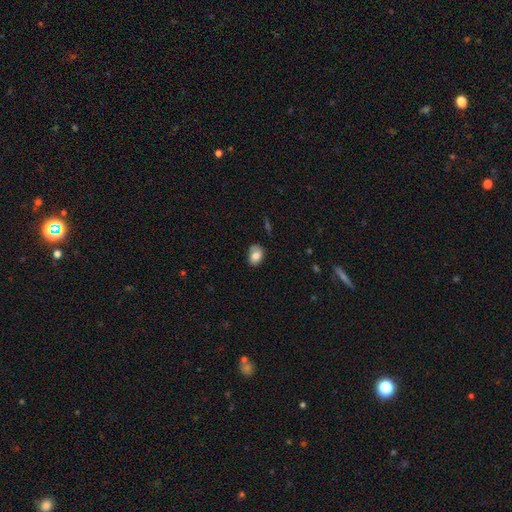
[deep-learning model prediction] smooth-or-featured: smooth: 78% | featured or disk: 14% | star or artifact: 8%
  how-rounded: in between: 76% | round: 23% | cigar-shaped: 1%
  merging: none: 68% | minor disturbance: 24% | major disturbance: 5% | merger: 3%